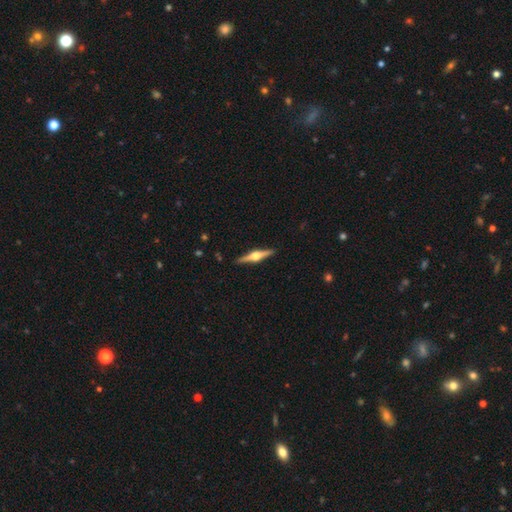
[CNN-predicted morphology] featured or disk 80%, smooth 15%, star or artifact 5%. Down the decision tree: edge-on disk — yes (98%); edge-on bulge — rounded (95%); merging — none (91%).